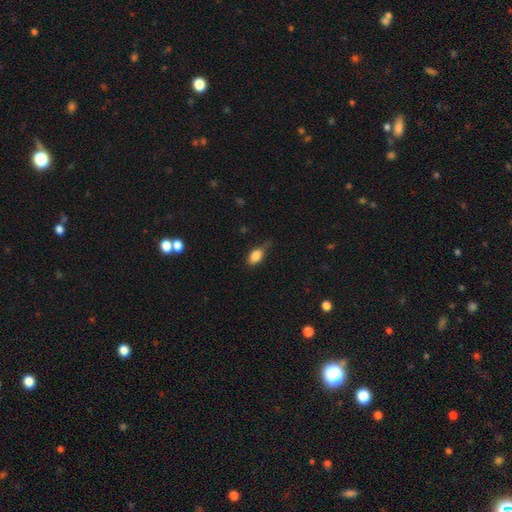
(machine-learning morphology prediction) This is clearly a smooth galaxy (83%). How rounded: clearly in between (85%). Merging: possibly none (49%).